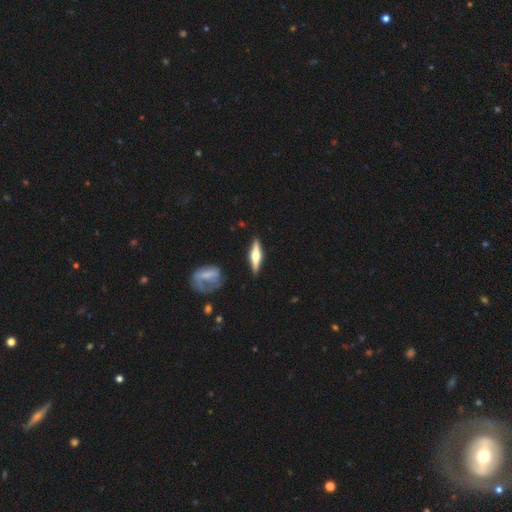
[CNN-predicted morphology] Overall: featured or disk (68%). Edge-on disk: yes (96%). Edge-on bulge: rounded (92%). Merging: none (88%).